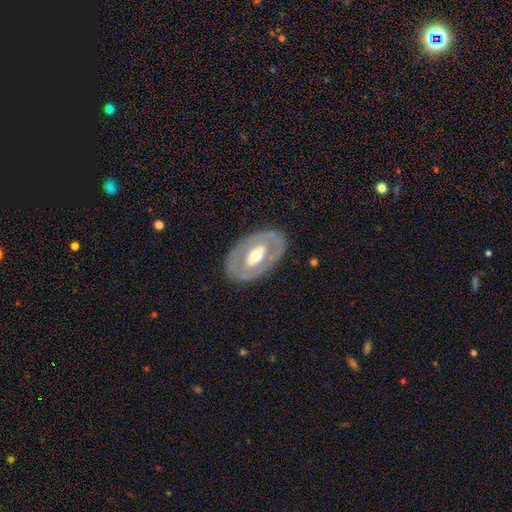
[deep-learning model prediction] smooth-or-featured: featured or disk: 67% | smooth: 27% | star or artifact: 5%
  disk-edge-on: no: 89% | yes: 11%
    bar: no: 49% | weak: 30% | strong: 21%
    has-spiral-arms: no: 79% | yes: 21%
    bulge-size: moderate: 70% | large: 16% | small: 12% | dominant: 1% | none: 1%
  merging: none: 84% | minor disturbance: 11% | major disturbance: 4% | merger: 1%